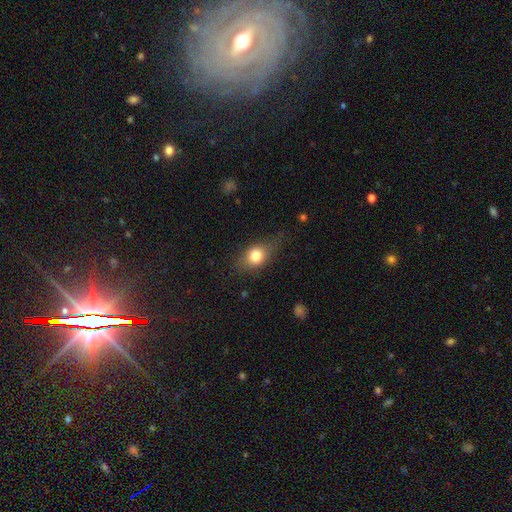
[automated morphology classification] Smooth or featured? smooth (76%)
How rounded? in between (60%)
Merging? none (65%)